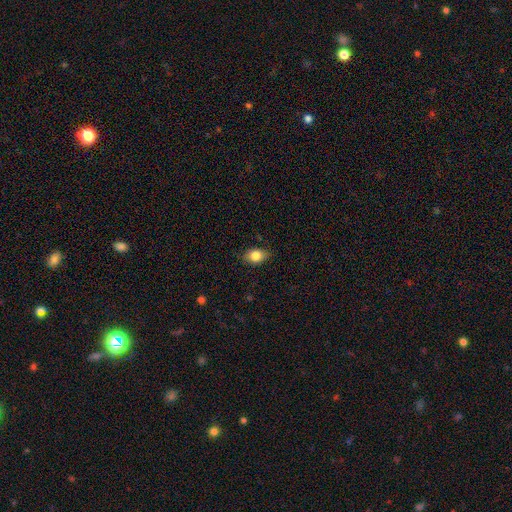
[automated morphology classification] Q: Smooth or featured?
A: smooth (82%); runner-up: featured or disk (10%)
Q: How rounded?
A: in between (75%); runner-up: round (23%)
Q: Merging?
A: none (80%); runner-up: minor disturbance (16%)